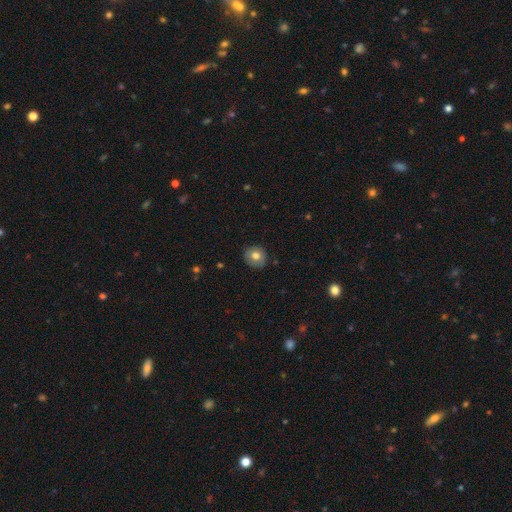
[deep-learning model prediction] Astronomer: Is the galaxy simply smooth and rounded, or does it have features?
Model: smooth — 75%.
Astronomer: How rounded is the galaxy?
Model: round — 82%.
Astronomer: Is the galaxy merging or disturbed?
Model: none — 86%.